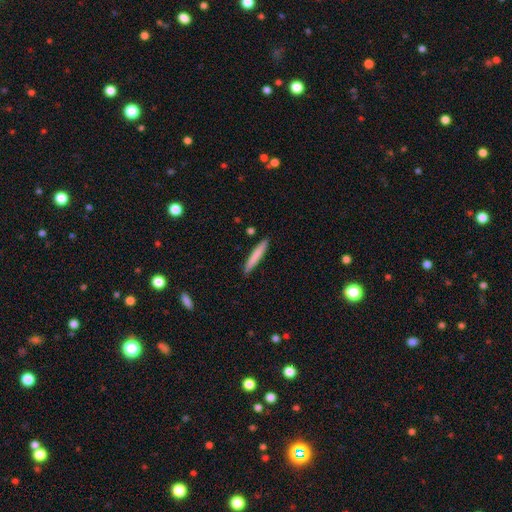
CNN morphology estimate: This is likely a smooth galaxy (77%). How rounded: clearly cigar-shaped (95%). Merging: clearly none (89%).